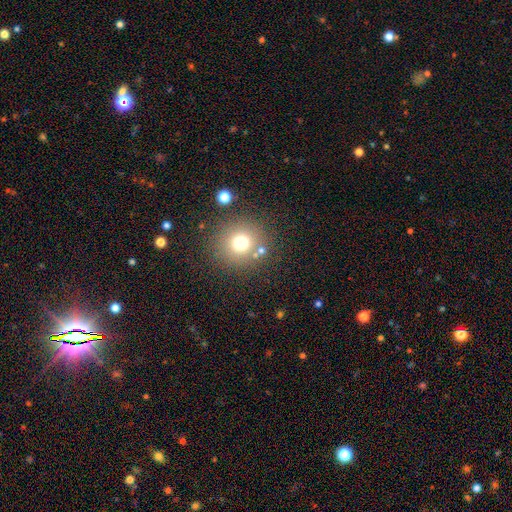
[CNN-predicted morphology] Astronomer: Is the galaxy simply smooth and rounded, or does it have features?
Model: smooth — 51% (runner-up: star or artifact, 39%).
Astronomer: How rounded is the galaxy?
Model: round — 92%.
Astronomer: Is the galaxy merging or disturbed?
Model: none — 84%.